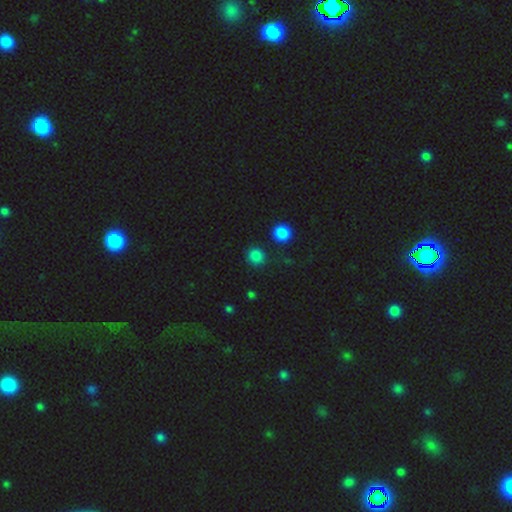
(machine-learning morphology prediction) Smooth or featured: smooth — 82% (star or artifact — 14%)
How rounded: round — 90% (in between — 9%)
Merging: none — 86% (minor disturbance — 8%)